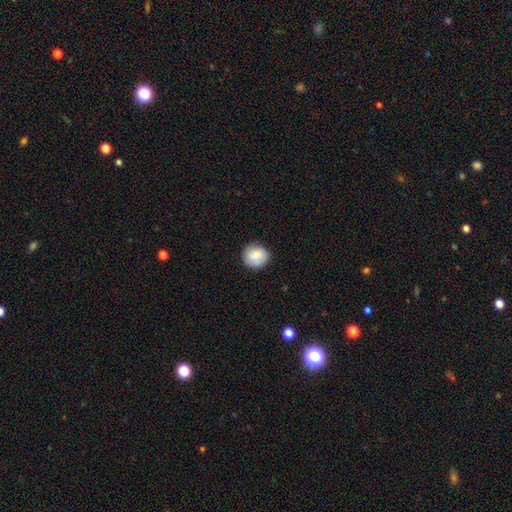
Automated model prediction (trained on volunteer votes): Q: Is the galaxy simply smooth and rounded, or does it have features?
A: smooth — 82%.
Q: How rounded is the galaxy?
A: round — 88%.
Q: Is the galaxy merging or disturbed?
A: none — 80%.